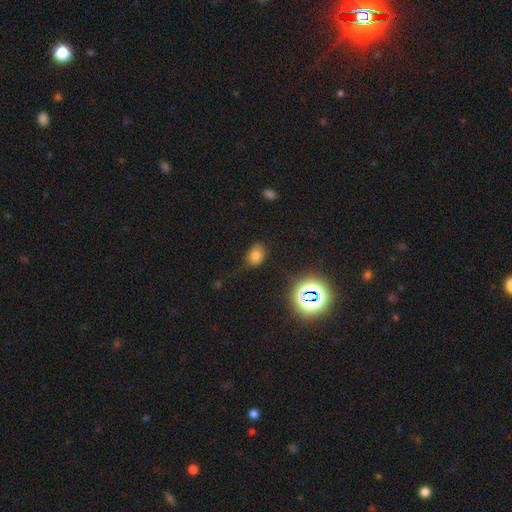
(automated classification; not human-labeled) This is likely a smooth galaxy (72%). How rounded: likely in between (62%). Merging: likely none (69%).